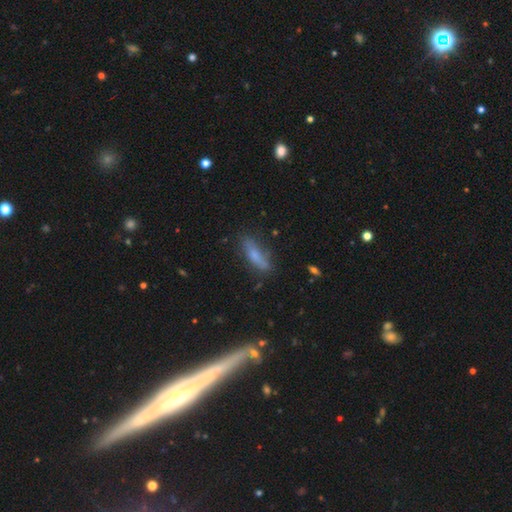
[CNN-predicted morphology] A smooth galaxy with no disk features (66%) that is cigar-shaped (67%). Merging: none (73%).